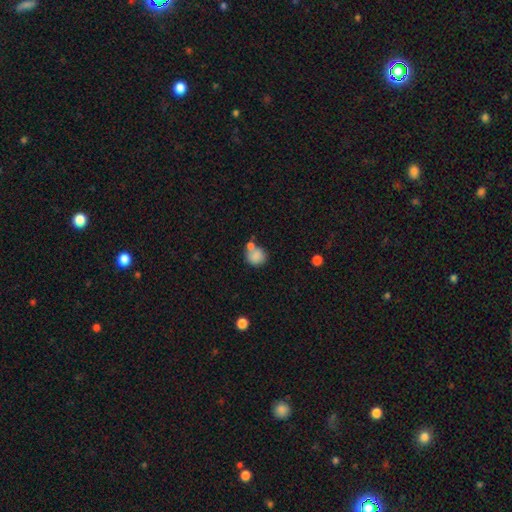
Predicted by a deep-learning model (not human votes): Smooth or featured: smooth — 82% (star or artifact — 9%)
How rounded: round — 78% (in between — 21%)
Merging: none — 46% (merger — 31%)